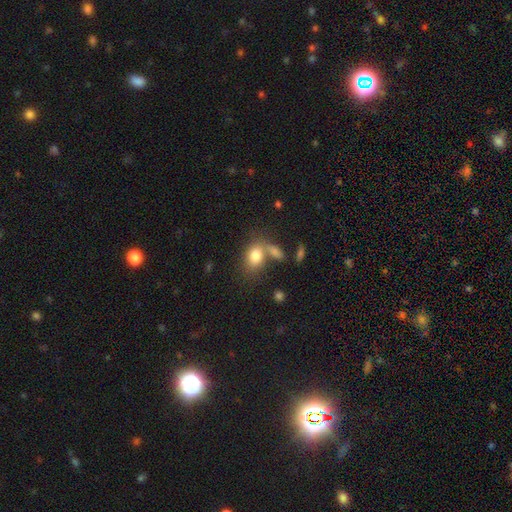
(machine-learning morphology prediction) smooth_or_featured: smooth (p=0.79) [alt: featured or disk p=0.12]
how_rounded: in between (p=0.76) [alt: round p=0.22]
merging: none (p=0.45) [alt: merger p=0.32]